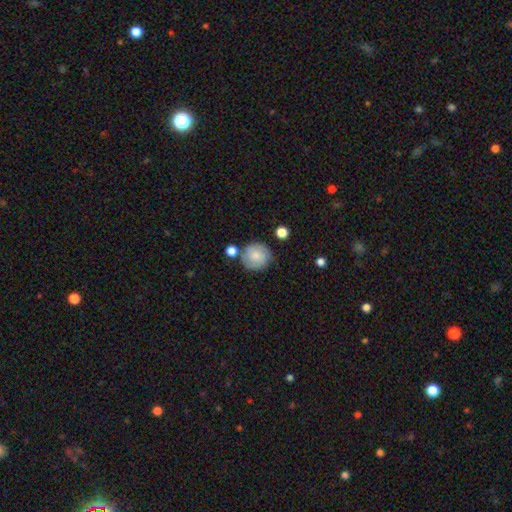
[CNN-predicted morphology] Smooth or featured? smooth (72%)
How rounded? round (91%)
Merging? none (71%)